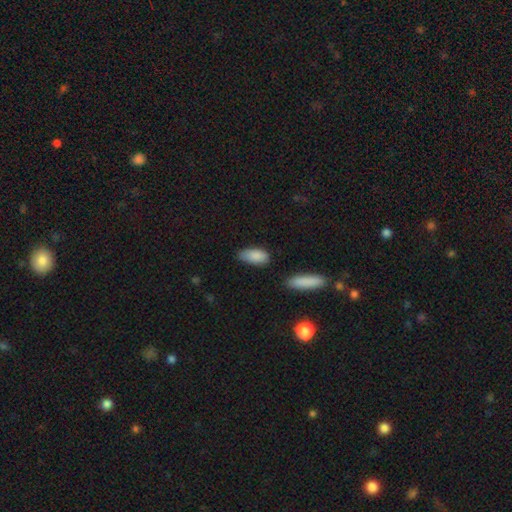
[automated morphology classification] Smooth or featured?
  - smooth: 88% *
  - star or artifact: 6%
  - featured or disk: 6%
How rounded?
  - in between: 89% *
  - cigar-shaped: 9%
  - round: 2%
Merging?
  - none: 69% *
  - minor disturbance: 23%
  - major disturbance: 4%
  - merger: 4%